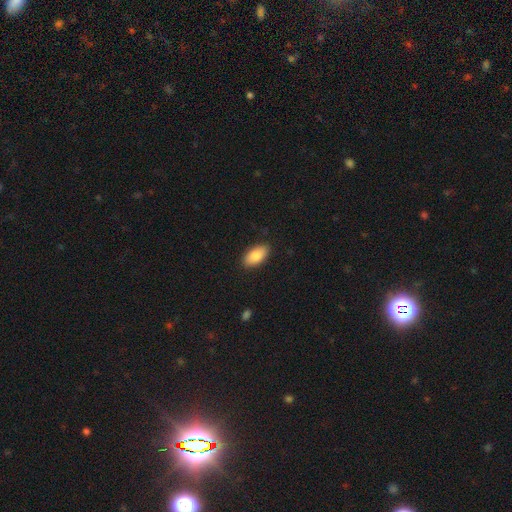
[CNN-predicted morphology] A smooth galaxy with no disk features (86%) that is in between round and cigar-shaped (94%). Merging: none (88%).